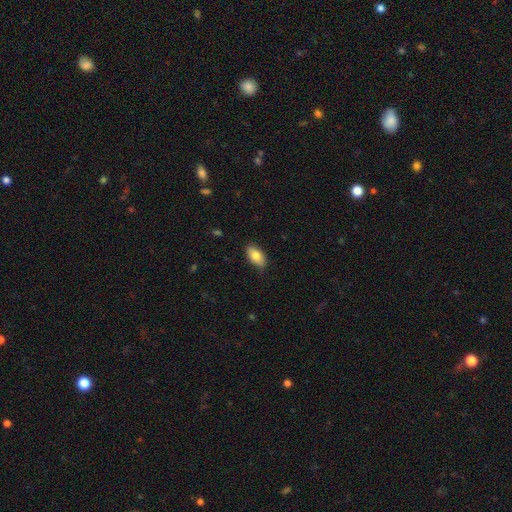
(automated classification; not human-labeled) smooth-or-featured: smooth: 82% | featured or disk: 12% | star or artifact: 7%
  how-rounded: in between: 93% | round: 4% | cigar-shaped: 3%
  merging: none: 78% | minor disturbance: 18% | major disturbance: 3% | merger: 1%